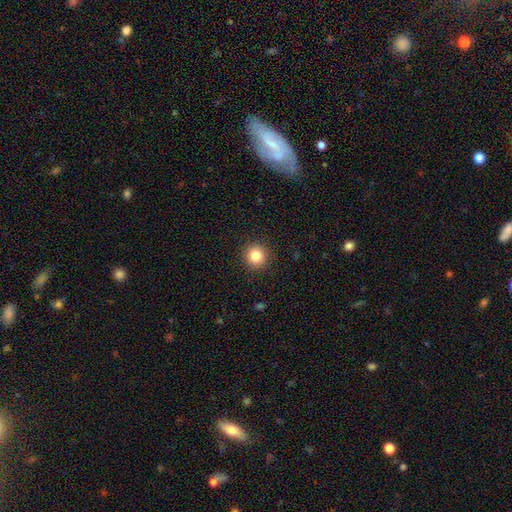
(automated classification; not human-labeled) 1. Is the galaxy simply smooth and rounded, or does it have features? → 83% smooth, 11% star or artifact, 6% featured or disk.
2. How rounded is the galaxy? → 93% round, 6% in between, 1% cigar-shaped.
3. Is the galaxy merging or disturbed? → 92% none, 5% minor disturbance, 2% major disturbance, 1% merger.